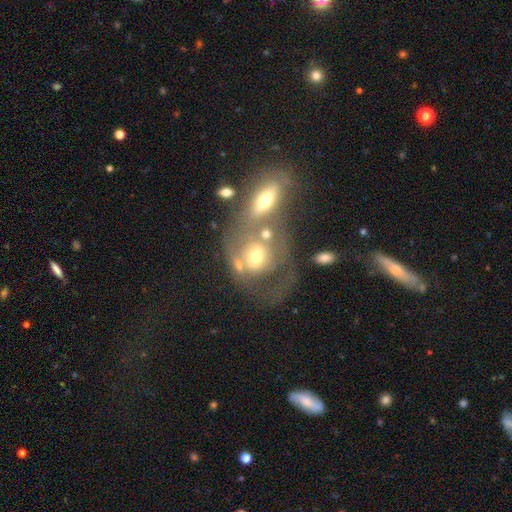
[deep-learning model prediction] Overall: featured or disk (50%; smooth 40%). Edge-on disk: no (90%). Merging: merger (50%; none 21%).